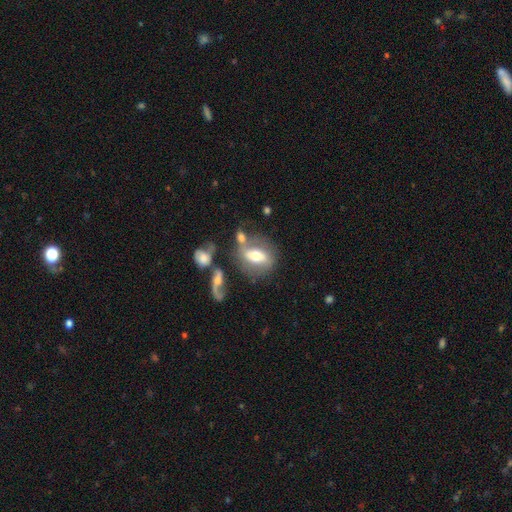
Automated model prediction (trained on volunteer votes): featured or disk 47%, smooth 45%, star or artifact 9%. Down the decision tree: merging — none (52%).